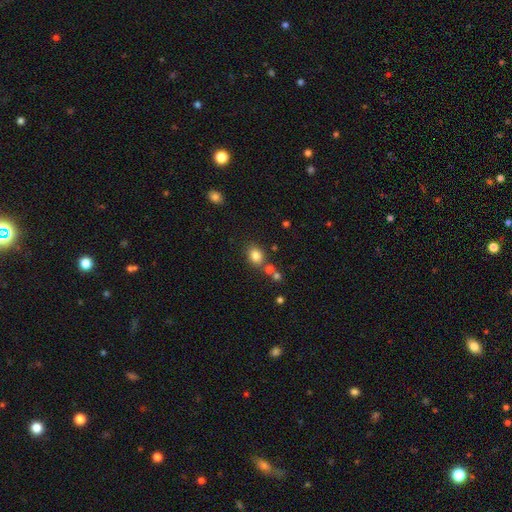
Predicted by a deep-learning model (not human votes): Q: Smooth or featured?
A: smooth (81%); runner-up: star or artifact (11%)
Q: How rounded?
A: in between (55%); runner-up: round (44%)
Q: Merging?
A: none (70%); runner-up: merger (15%)